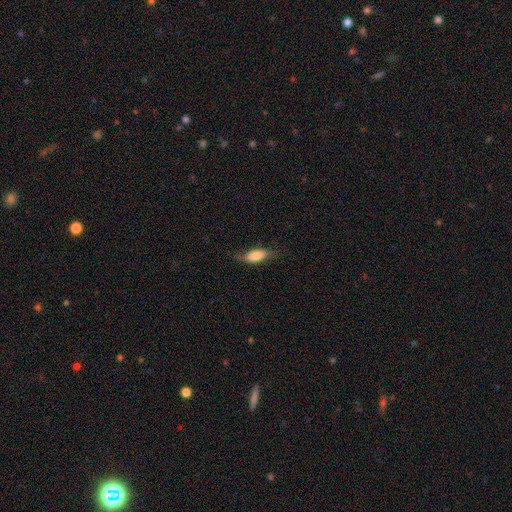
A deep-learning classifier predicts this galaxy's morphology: A smooth galaxy with no disk features (67%) that is in between round and cigar-shaped (71%).

Vote fractions:
- Smooth or featured? smooth: 67% / featured or disk: 26% / star or artifact: 7%
- How rounded? in between: 71% / cigar-shaped: 26% / round: 4%
- Merging? none: 65% / minor disturbance: 25% / major disturbance: 9% / merger: 1%